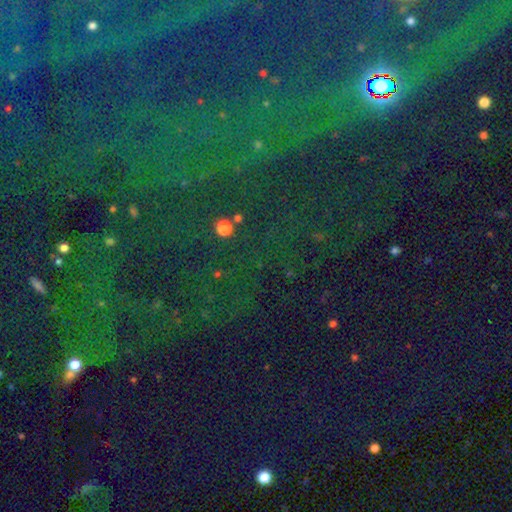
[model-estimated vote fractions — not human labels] Smooth or featured? Predicted: star or artifact (p=0.82).